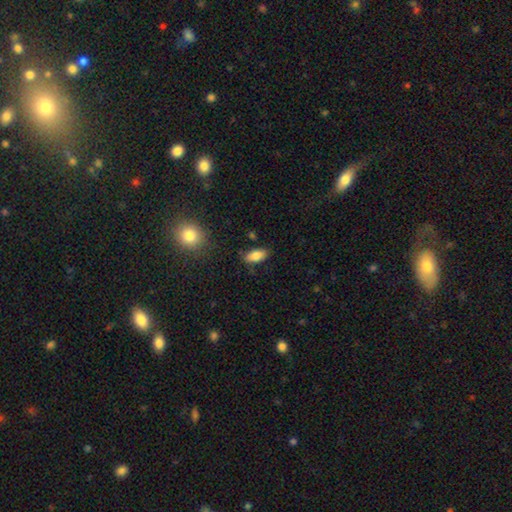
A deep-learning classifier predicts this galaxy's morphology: Smooth or featured? Predicted: smooth (p=0.84). How rounded? Predicted: in between (p=0.90). Merging? Predicted: none (p=0.83).